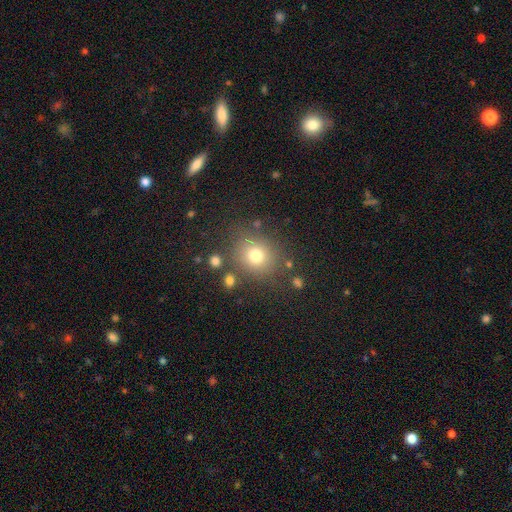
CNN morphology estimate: smooth 75%, star or artifact 15%, featured or disk 10%. Down the decision tree: how rounded — round (79%); merging — none (78%).